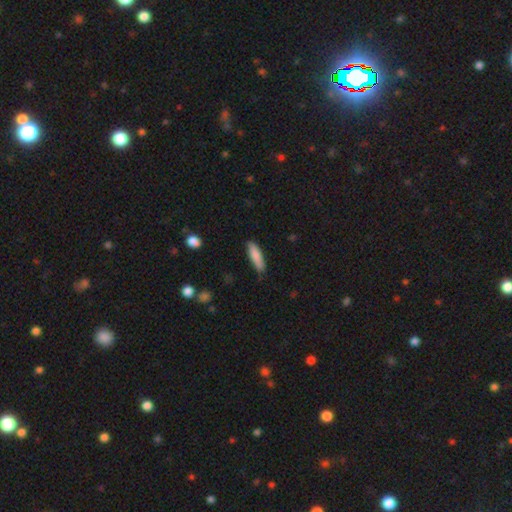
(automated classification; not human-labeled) smooth 85%, featured or disk 9%, star or artifact 6%. Down the decision tree: how rounded — cigar-shaped (63%); merging — none (79%).